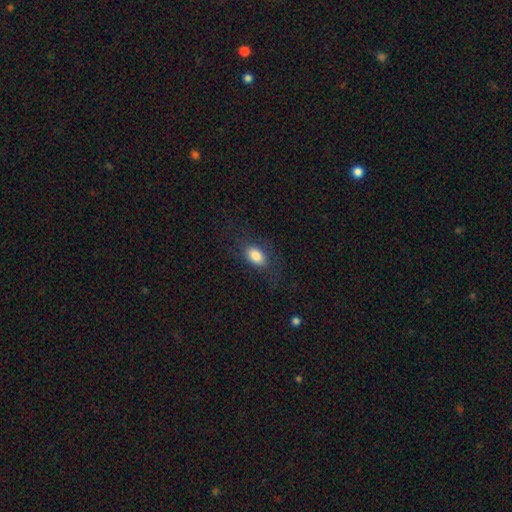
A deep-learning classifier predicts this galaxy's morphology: Smooth or featured?
  - smooth: 82% *
  - featured or disk: 9%
  - star or artifact: 8%
How rounded?
  - in between: 88% *
  - round: 10%
  - cigar-shaped: 3%
Merging?
  - none: 75% *
  - minor disturbance: 15%
  - major disturbance: 9%
  - merger: 1%